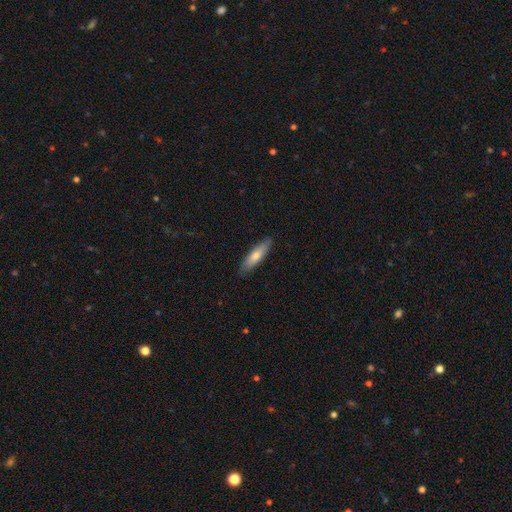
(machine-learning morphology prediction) Q: Smooth or featured?
A: smooth (67%); runner-up: featured or disk (27%)
Q: How rounded?
A: cigar-shaped (73%); runner-up: in between (26%)
Q: Merging?
A: none (88%); runner-up: minor disturbance (9%)